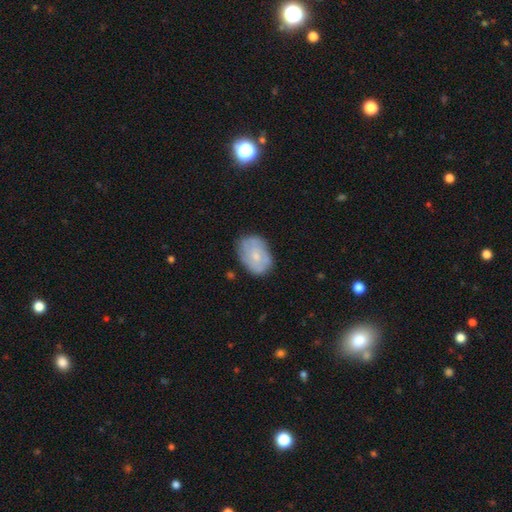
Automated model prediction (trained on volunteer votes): Smooth or featured: smooth — 48% (featured or disk — 45%)
Merging: none — 72% (minor disturbance — 21%)